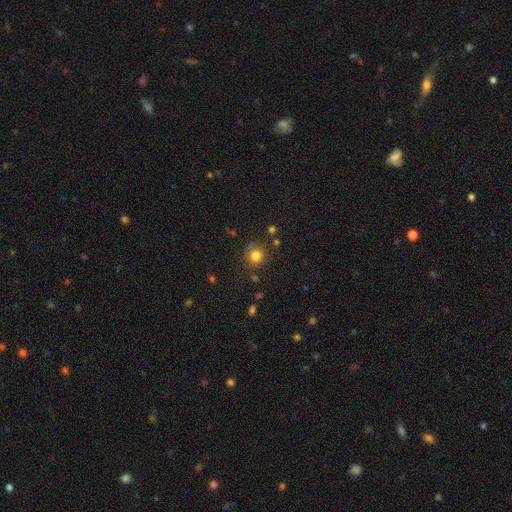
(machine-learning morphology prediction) Smooth or featured? smooth (80%)
How rounded? round (87%)
Merging? none (79%)